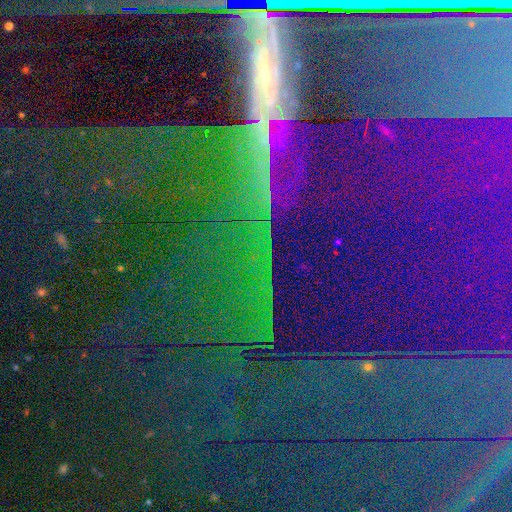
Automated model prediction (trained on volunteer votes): A star or artifact, not a galaxy (83%).